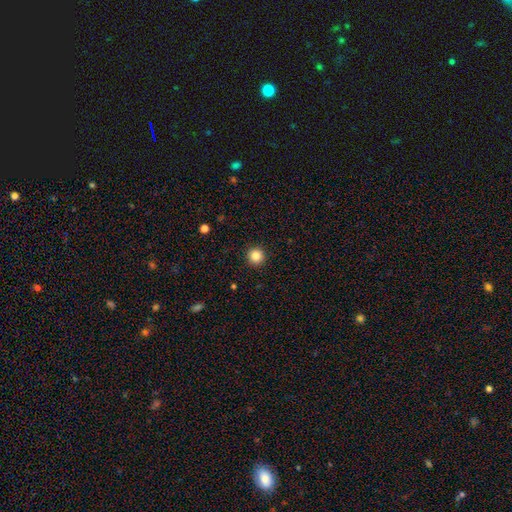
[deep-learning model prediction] smooth 86%, star or artifact 10%, featured or disk 4%. Down the decision tree: how rounded — round (96%); merging — none (93%).